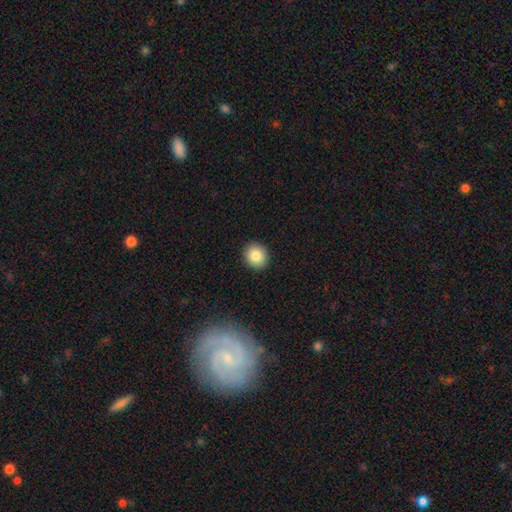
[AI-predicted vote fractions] Smooth or featured: smooth — 85% (star or artifact — 9%)
How rounded: round — 80% (in between — 19%)
Merging: none — 92% (minor disturbance — 6%)